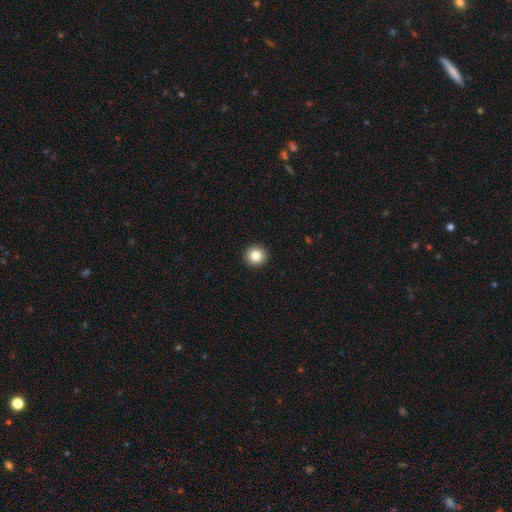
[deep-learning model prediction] Smooth or featured: smooth — 84% (star or artifact — 10%)
How rounded: round — 94% (in between — 5%)
Merging: none — 93% (minor disturbance — 4%)